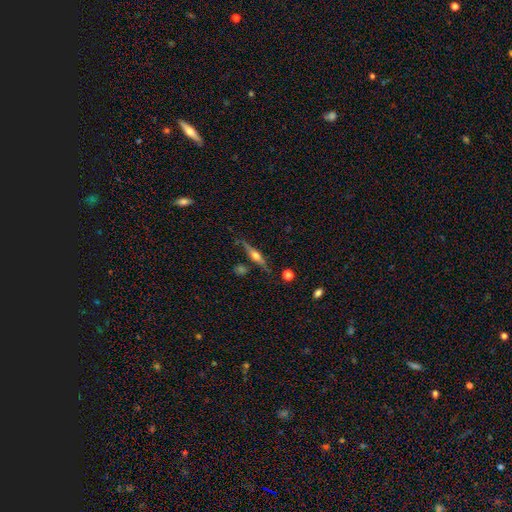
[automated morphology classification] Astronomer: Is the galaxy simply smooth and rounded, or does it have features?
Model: featured or disk — 75%.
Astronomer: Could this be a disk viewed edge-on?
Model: yes — 97%.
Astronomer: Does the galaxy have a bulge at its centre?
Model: rounded — 92%.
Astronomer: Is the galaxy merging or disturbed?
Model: none — 79%.